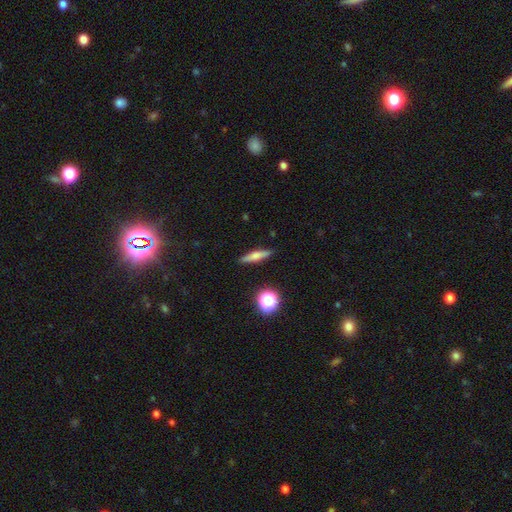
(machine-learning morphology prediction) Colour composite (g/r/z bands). It shows a smooth galaxy with no disk features (53%) that is cigar-shaped (77%). Merging: none (89%).